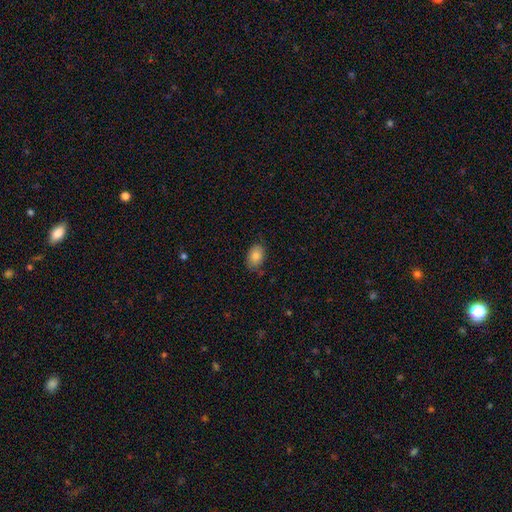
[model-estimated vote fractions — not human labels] This is clearly a smooth galaxy (82%). How rounded: clearly in between (85%). Merging: likely none (74%).